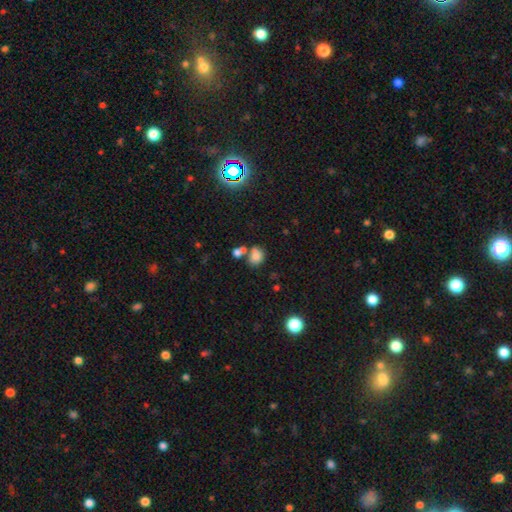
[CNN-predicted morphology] Smooth or featured? smooth (79%)
How rounded? round (50%)
Merging? none (45%)